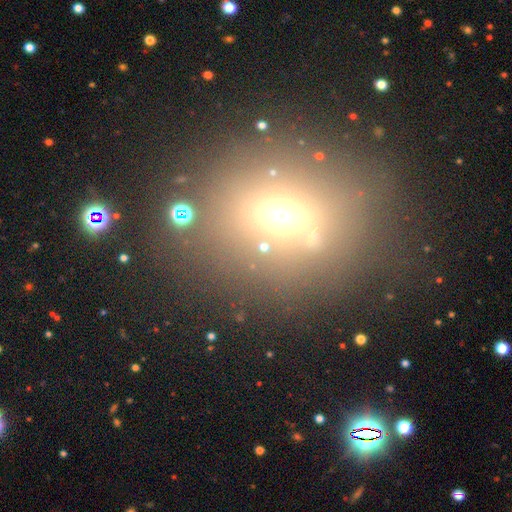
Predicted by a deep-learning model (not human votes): smooth-or-featured: smooth: 51% | star or artifact: 29% | featured or disk: 20%
  how-rounded: in between: 54% | round: 43% | cigar-shaped: 3%
  merging: none: 74% | minor disturbance: 12% | merger: 8% | major disturbance: 7%